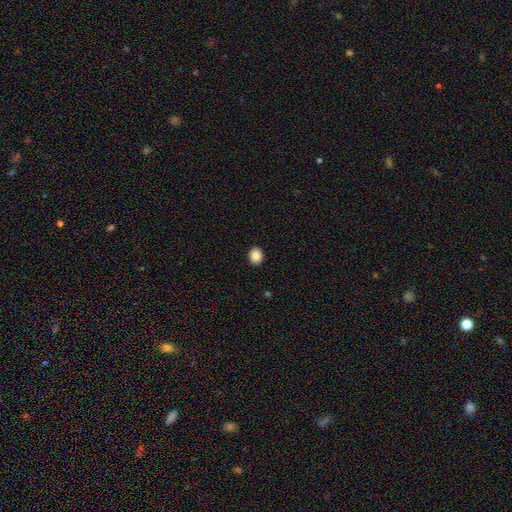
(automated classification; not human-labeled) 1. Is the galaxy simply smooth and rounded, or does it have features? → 87% smooth, 9% star or artifact, 4% featured or disk.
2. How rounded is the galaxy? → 65% round, 34% in between, 1% cigar-shaped.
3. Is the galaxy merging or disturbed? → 92% none, 5% minor disturbance, 1% major disturbance, 1% merger.